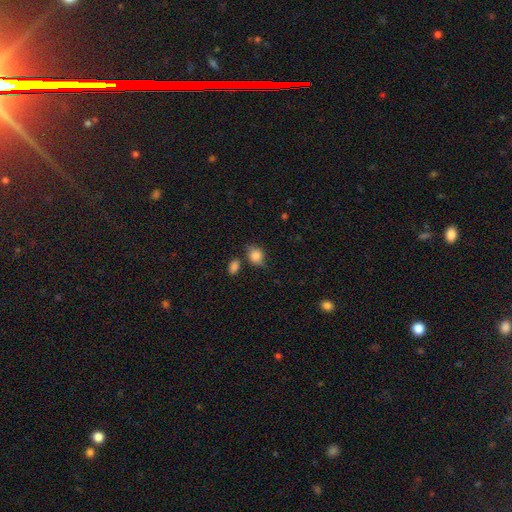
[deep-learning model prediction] smooth 82%, featured or disk 9%, star or artifact 9%. Down the decision tree: how rounded — in between (53%); merging — none (61%).